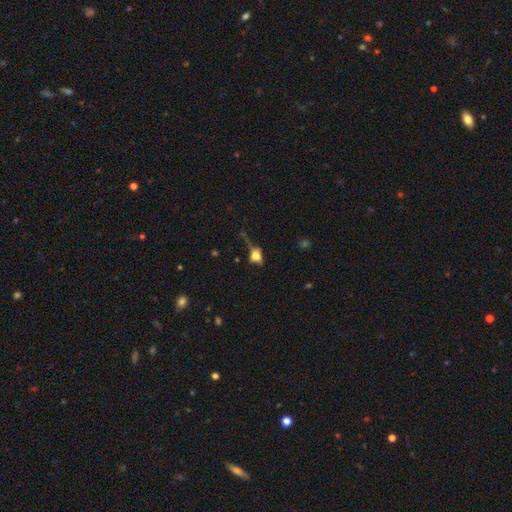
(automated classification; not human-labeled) Overall: smooth (53%; featured or disk 29%). How rounded: in between (49%; round 43%). Merging: none (43%; major disturbance 26%).